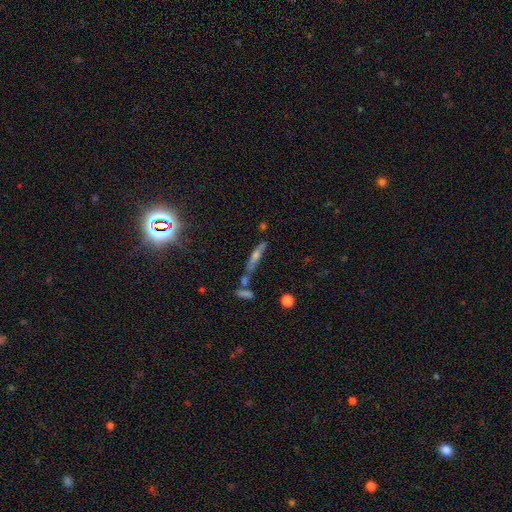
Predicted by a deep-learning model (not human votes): Morphology: type=featured or disk (44%); merging=none (60%).